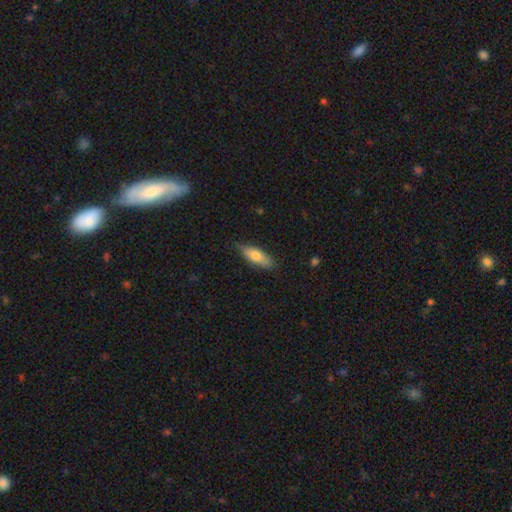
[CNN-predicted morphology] A smooth galaxy with no disk features (70%) that is in between round and cigar-shaped (61%). Merging: none (78%).